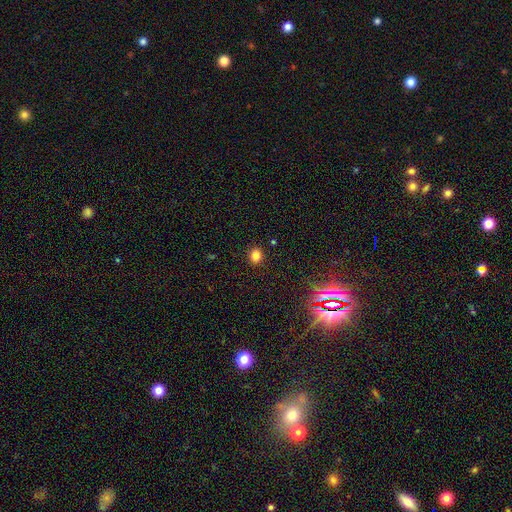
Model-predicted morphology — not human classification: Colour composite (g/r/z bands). It shows a smooth galaxy with no disk features (81%) that is round (70%). Merging: none (90%).